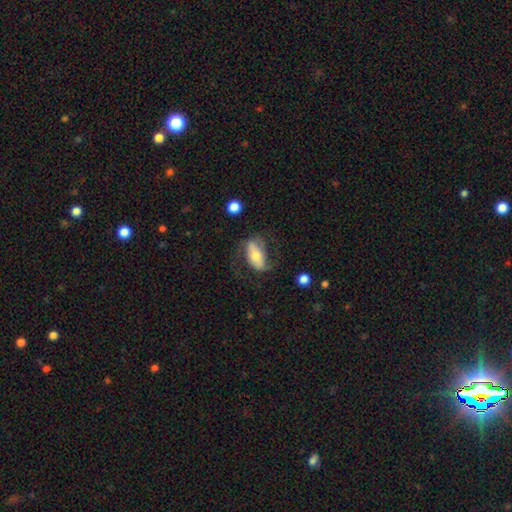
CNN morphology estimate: Smooth or featured? Predicted: smooth (p=0.47, tied with featured or disk). Merging? Predicted: none (p=0.56).